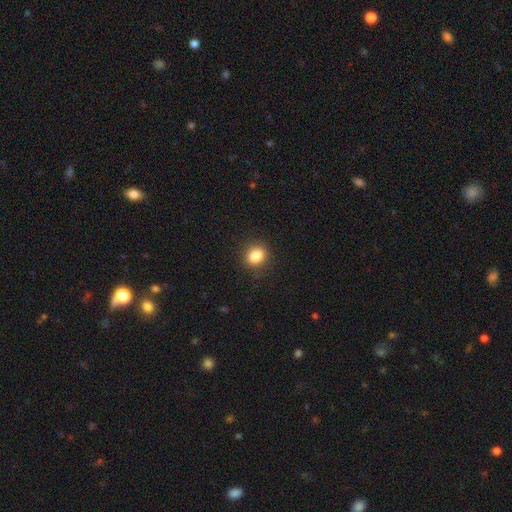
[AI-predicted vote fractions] Smooth or featured? smooth (85%)
How rounded? round (70%)
Merging? none (90%)